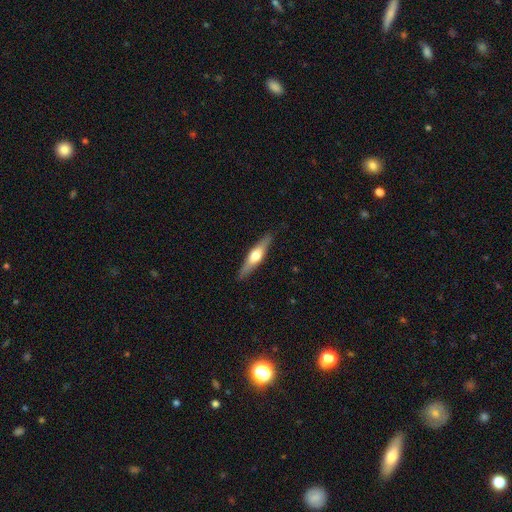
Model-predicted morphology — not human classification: A featured or disk galaxy (60%) viewed edge-on (95%) with a rounded central bulge (93%). Merging: none (89%).